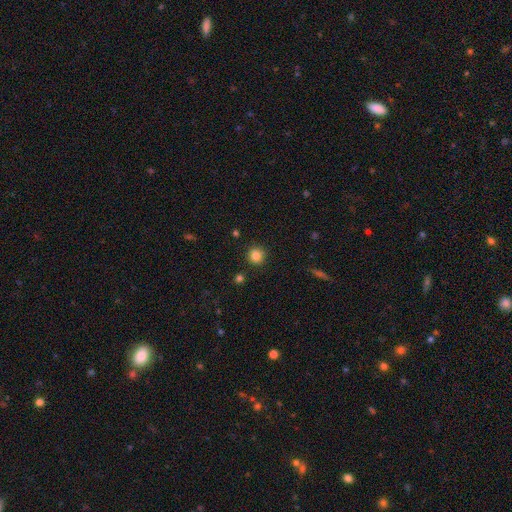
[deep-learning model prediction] Smooth or featured: smooth — 84% (star or artifact — 11%)
How rounded: round — 92% (in between — 7%)
Merging: none — 90% (minor disturbance — 7%)